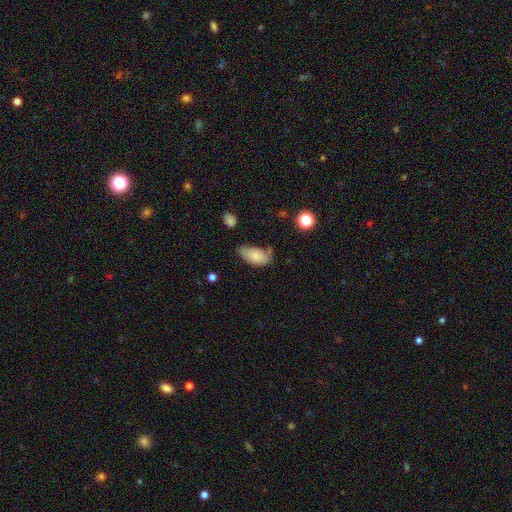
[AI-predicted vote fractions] This appears to be a smooth galaxy with no disk features (80%) that is in between round and cigar-shaped (93%). Merging: none (48%).